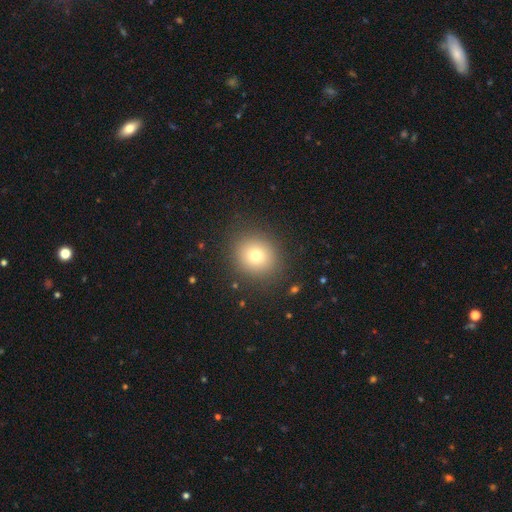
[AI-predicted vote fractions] The model was most divided on "smooth or featured": smooth: 75%, star or artifact: 14%, featured or disk: 11%. More confident: merging — none (88%); how rounded — round (83%).